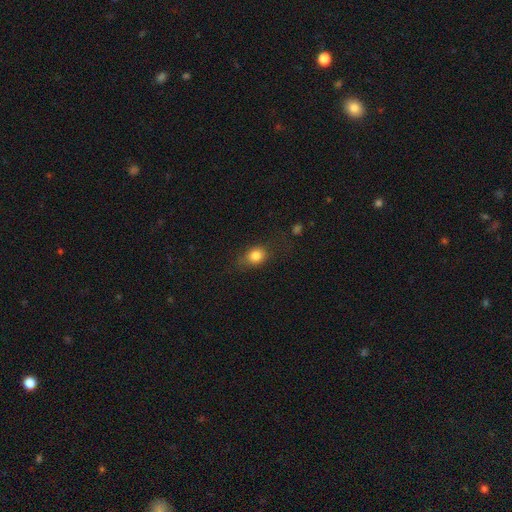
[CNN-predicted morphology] The model was most divided on "how rounded": in between: 51%, round: 47%, cigar-shaped: 2%. More confident: smooth or featured — smooth (81%); merging — none (65%).